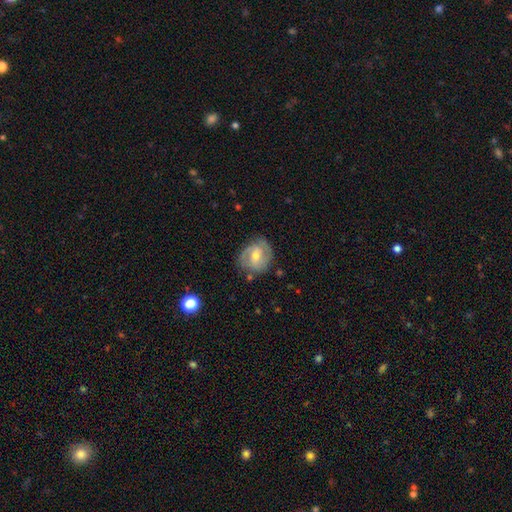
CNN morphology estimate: A featured or disk galaxy (70%) with a weak bar (49%), 2 (72%) tight (43%, tied with medium) spiral arms (88%) and a moderate central bulge (60%). Merging: none (72%).